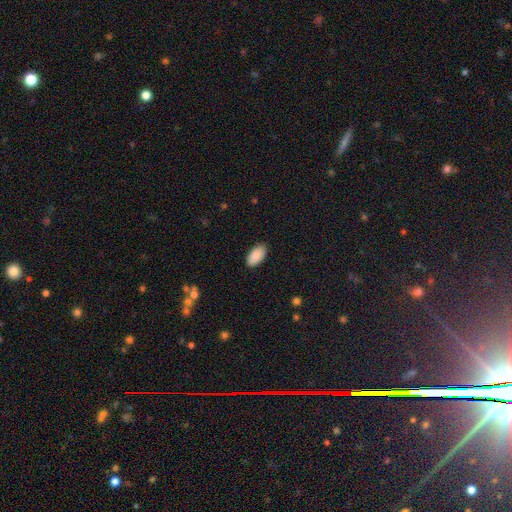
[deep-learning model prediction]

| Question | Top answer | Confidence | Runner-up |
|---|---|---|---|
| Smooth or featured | smooth | 90% | star or artifact (6%) |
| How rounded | in between | 95% | cigar-shaped (2%) |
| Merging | none | 87% | minor disturbance (10%) |